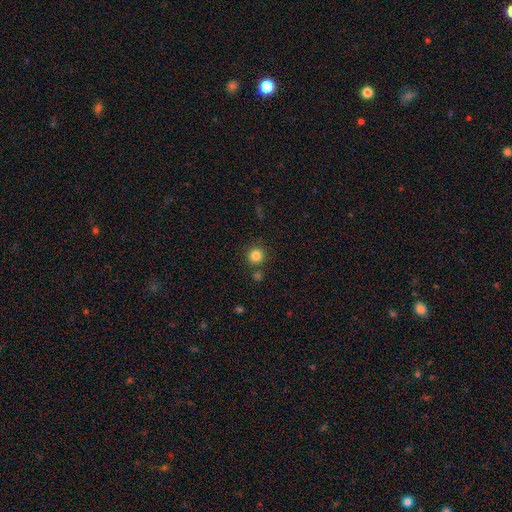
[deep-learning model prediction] Smooth or featured? Predicted: smooth (p=0.83). How rounded? Predicted: round (p=0.94). Merging? Predicted: none (p=0.82).